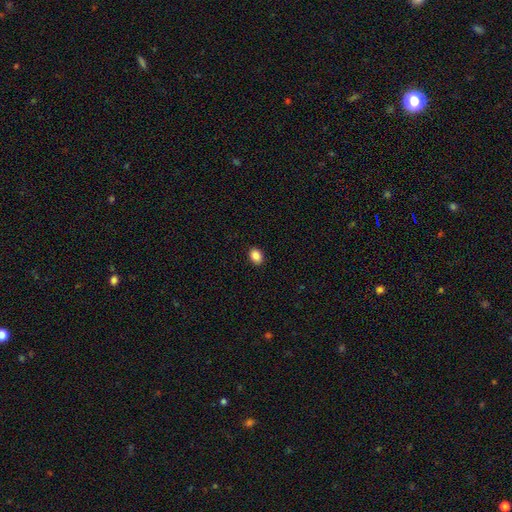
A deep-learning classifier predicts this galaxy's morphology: The model was most divided on "how rounded": in between: 73%, round: 26%, cigar-shaped: 1%. More confident: merging — none (91%); smooth or featured — smooth (88%).